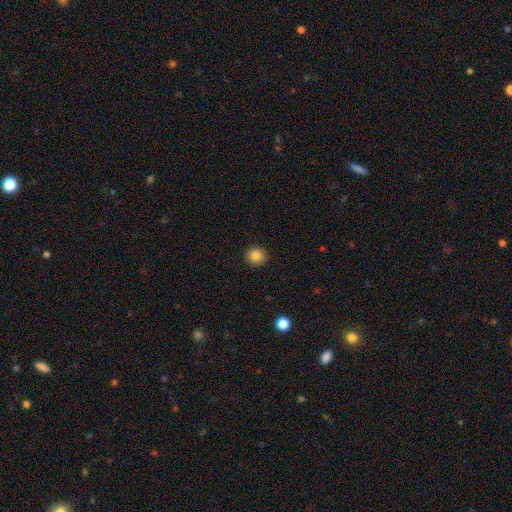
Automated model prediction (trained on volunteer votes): smooth-or-featured: smooth: 84% | star or artifact: 10% | featured or disk: 6%
  how-rounded: round: 93% | in between: 6% | cigar-shaped: 1%
  merging: none: 92% | minor disturbance: 5% | major disturbance: 2% | merger: 1%